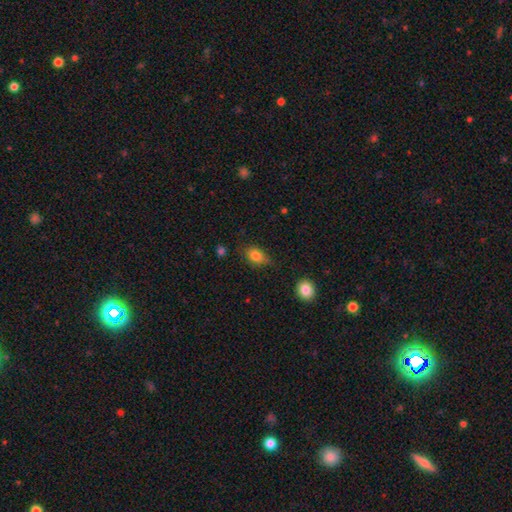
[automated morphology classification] type=smooth (82%); roundness=in between (76%); merging=none (63%).